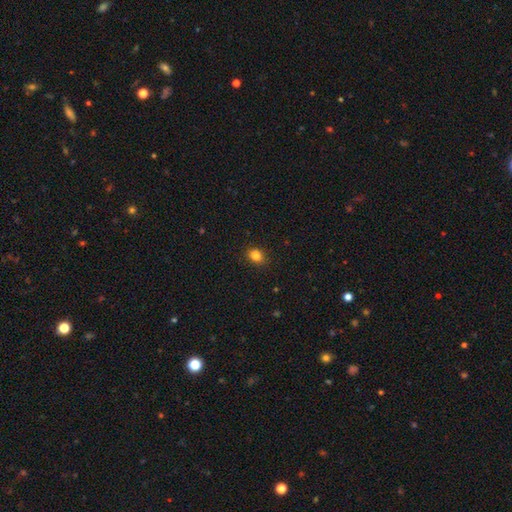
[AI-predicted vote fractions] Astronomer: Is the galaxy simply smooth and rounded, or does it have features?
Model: smooth — 84%.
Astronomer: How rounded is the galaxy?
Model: round — 54% (runner-up: in between, 45%).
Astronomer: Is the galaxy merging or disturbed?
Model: none — 87%.